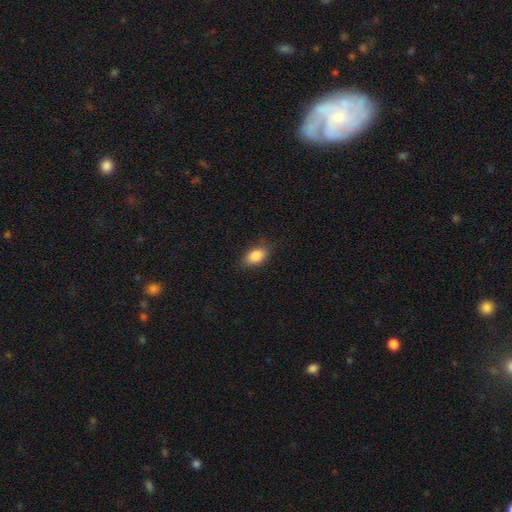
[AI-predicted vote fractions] Q: Smooth or featured?
A: smooth (86%); runner-up: star or artifact (8%)
Q: How rounded?
A: in between (88%); runner-up: round (9%)
Q: Merging?
A: none (83%); runner-up: minor disturbance (13%)